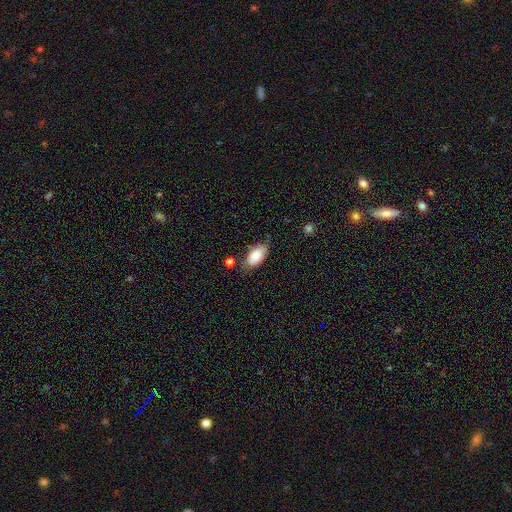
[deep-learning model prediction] Morphology: type=smooth (83%); roundness=in between (93%); merging=none (69%).